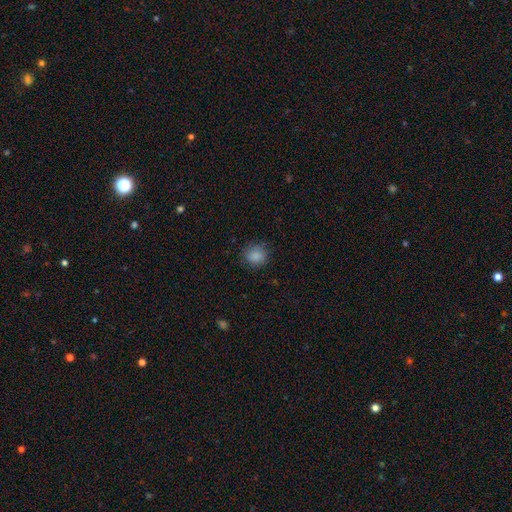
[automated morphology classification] This appears to be a smooth galaxy with no disk features (86%) that is round (83%). Merging: none (81%).